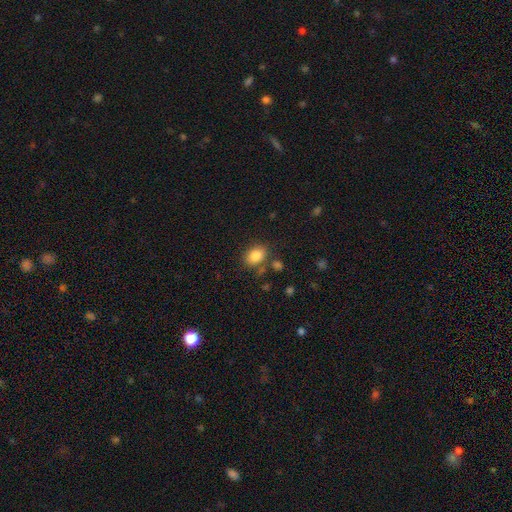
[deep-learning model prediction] smooth-or-featured: smooth: 85% | star or artifact: 9% | featured or disk: 6%
  how-rounded: in between: 74% | round: 25% | cigar-shaped: 1%
  merging: none: 75% | minor disturbance: 14% | merger: 7% | major disturbance: 4%